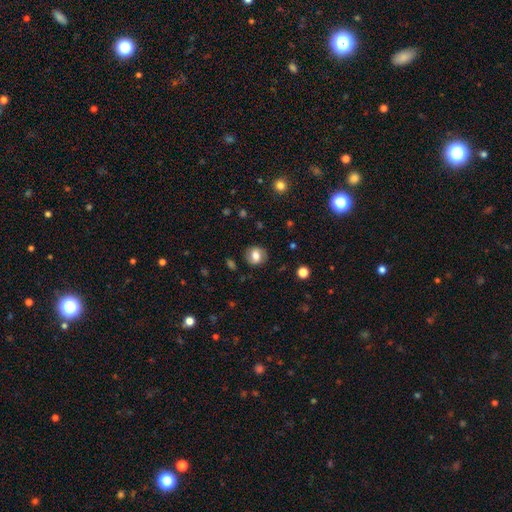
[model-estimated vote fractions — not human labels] Q: Smooth or featured?
A: smooth (72%); runner-up: featured or disk (19%)
Q: How rounded?
A: round (76%); runner-up: in between (23%)
Q: Merging?
A: none (84%); runner-up: minor disturbance (11%)